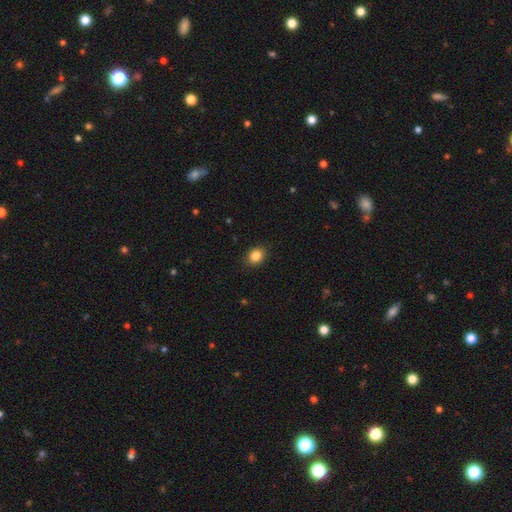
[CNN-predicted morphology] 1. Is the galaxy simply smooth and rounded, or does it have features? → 86% smooth, 10% star or artifact, 5% featured or disk.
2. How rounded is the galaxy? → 52% in between, 47% round, 1% cigar-shaped.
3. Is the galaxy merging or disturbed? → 89% none, 8% minor disturbance, 2% major disturbance, 1% merger.